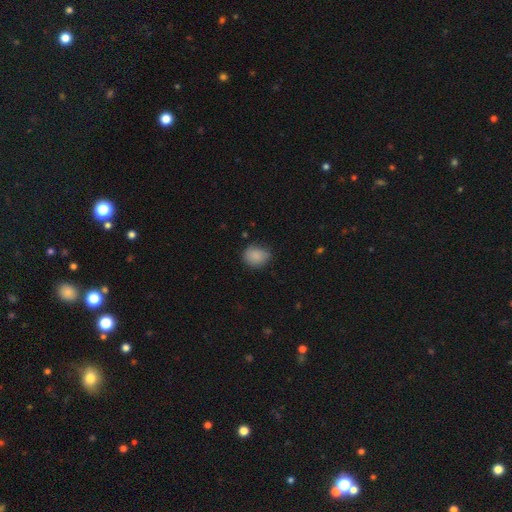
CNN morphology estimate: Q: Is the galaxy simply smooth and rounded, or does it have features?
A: smooth — 86%.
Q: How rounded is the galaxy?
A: round — 56%.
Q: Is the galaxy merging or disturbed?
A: none — 71%.